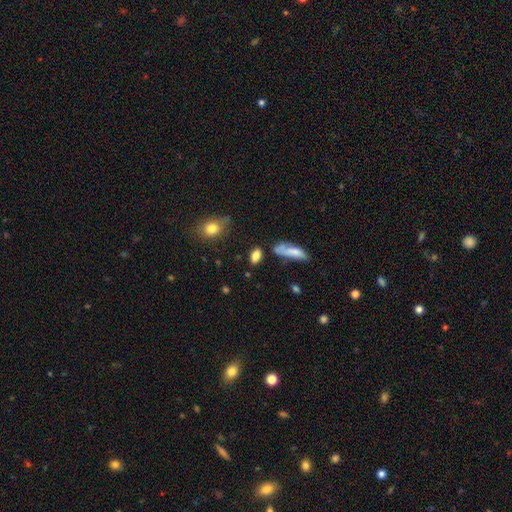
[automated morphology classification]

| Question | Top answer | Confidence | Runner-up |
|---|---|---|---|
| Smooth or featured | smooth | 79% | featured or disk (11%) |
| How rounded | in between | 79% | cigar-shaped (12%) |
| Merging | none | 64% | minor disturbance (18%) |